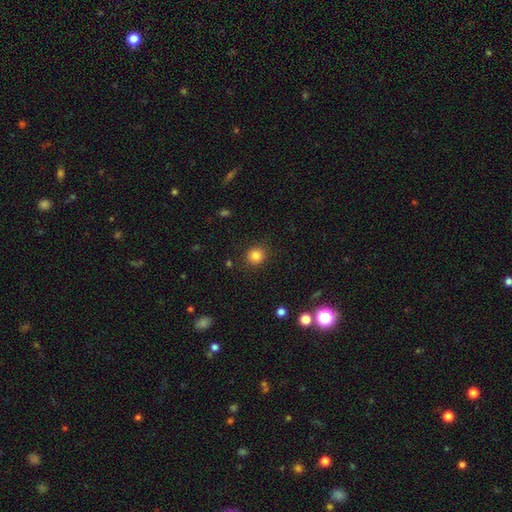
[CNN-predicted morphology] smooth-or-featured: smooth: 84% | star or artifact: 11% | featured or disk: 5%
  how-rounded: round: 88% | in between: 11% | cigar-shaped: 1%
  merging: none: 88% | minor disturbance: 8% | major disturbance: 3% | merger: 1%